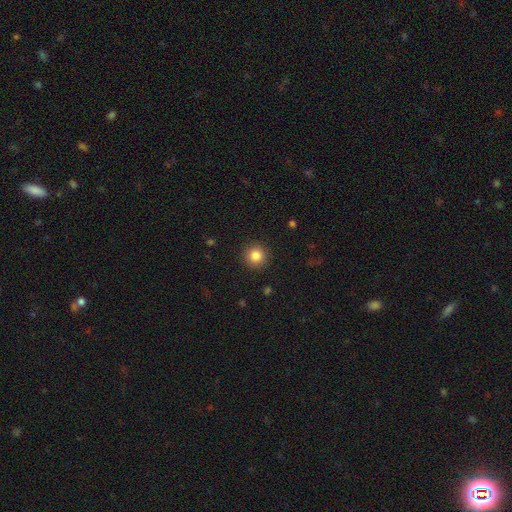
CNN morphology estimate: Q: Smooth or featured?
A: smooth (84%); runner-up: star or artifact (10%)
Q: How rounded?
A: round (95%); runner-up: in between (4%)
Q: Merging?
A: none (91%); runner-up: minor disturbance (6%)